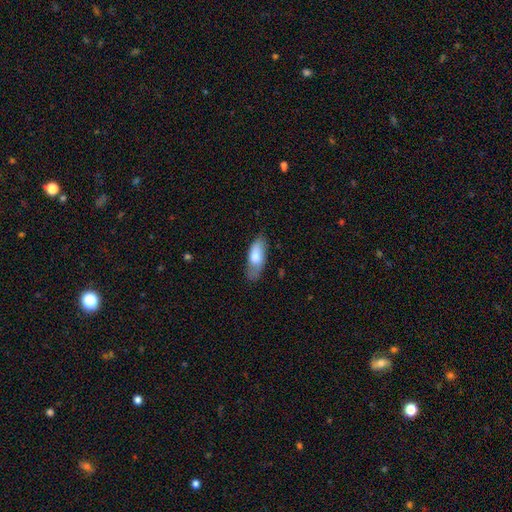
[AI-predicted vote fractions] smooth-or-featured: smooth: 76% | featured or disk: 18% | star or artifact: 6%
  how-rounded: in between: 75% | cigar-shaped: 23% | round: 2%
  merging: none: 66% | minor disturbance: 26% | major disturbance: 7% | merger: 2%